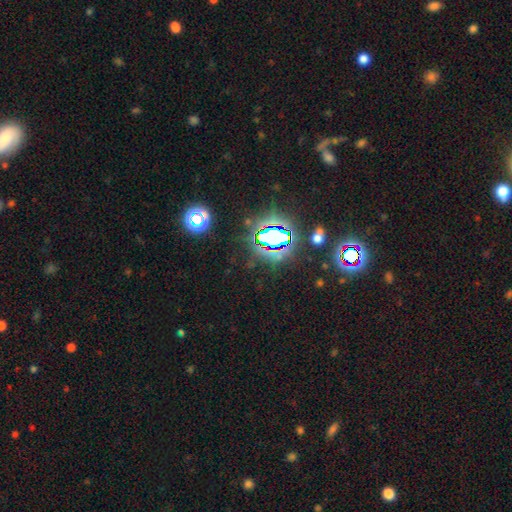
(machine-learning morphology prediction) star or artifact 79%, smooth 12%, featured or disk 9%.